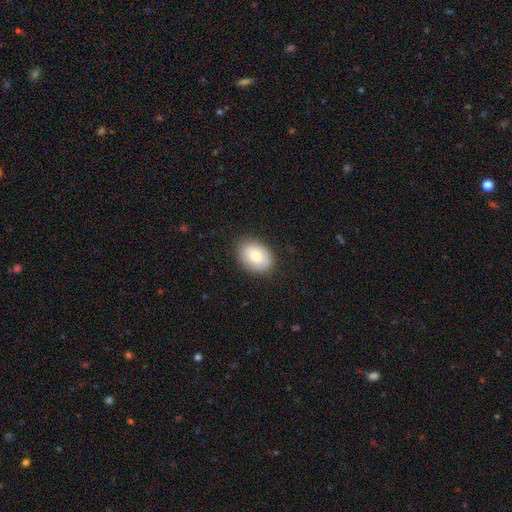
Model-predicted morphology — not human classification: Q: Smooth or featured?
A: smooth (78%); runner-up: featured or disk (15%)
Q: How rounded?
A: in between (75%); runner-up: round (24%)
Q: Merging?
A: none (85%); runner-up: minor disturbance (11%)